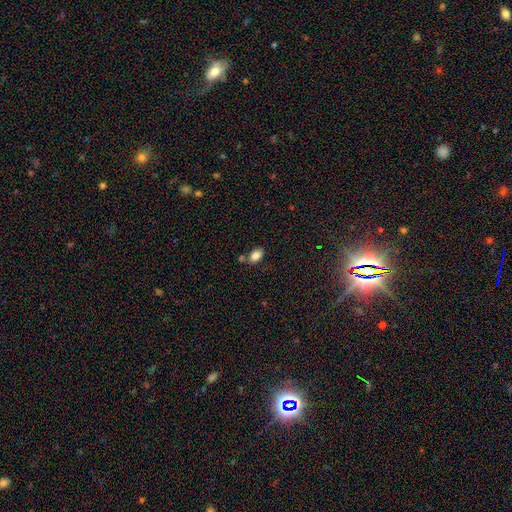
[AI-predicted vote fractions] This appears to be a smooth galaxy with no disk features (84%) that is in between round and cigar-shaped (88%). Merging: none (68%).